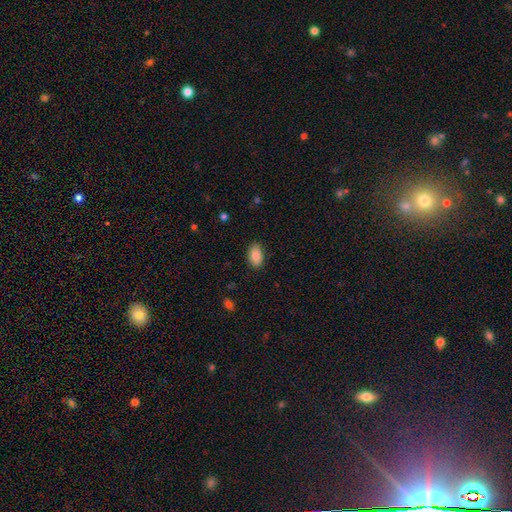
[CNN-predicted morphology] The model was most divided on "merging": none: 86%, minor disturbance: 11%, major disturbance: 2%, merger: 1%. More confident: how rounded — in between (93%); smooth or featured — smooth (88%).